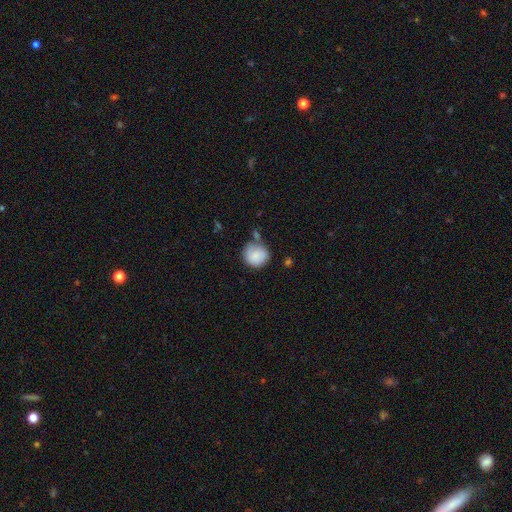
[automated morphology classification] Smooth or featured: smooth — 83% (featured or disk — 10%)
How rounded: round — 89% (in between — 10%)
Merging: none — 58% (minor disturbance — 23%)